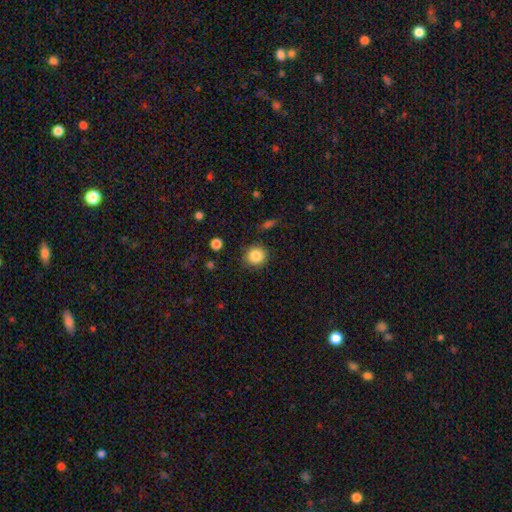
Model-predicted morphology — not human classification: smooth 85%, star or artifact 10%, featured or disk 5%. Down the decision tree: how rounded — round (89%); merging — none (87%).